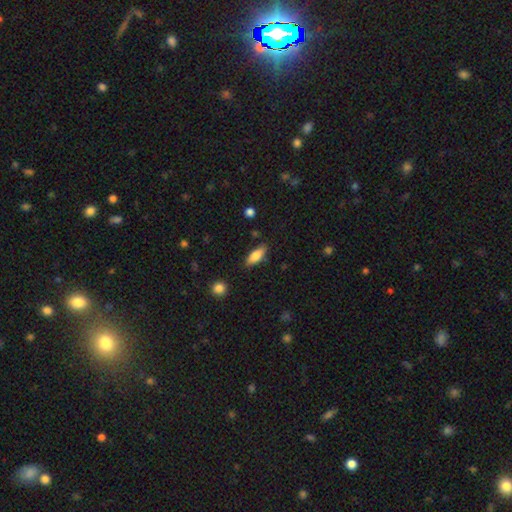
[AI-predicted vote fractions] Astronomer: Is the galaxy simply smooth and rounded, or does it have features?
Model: smooth — 78%.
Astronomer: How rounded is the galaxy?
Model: in between — 72%.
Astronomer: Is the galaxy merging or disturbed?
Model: none — 82%.